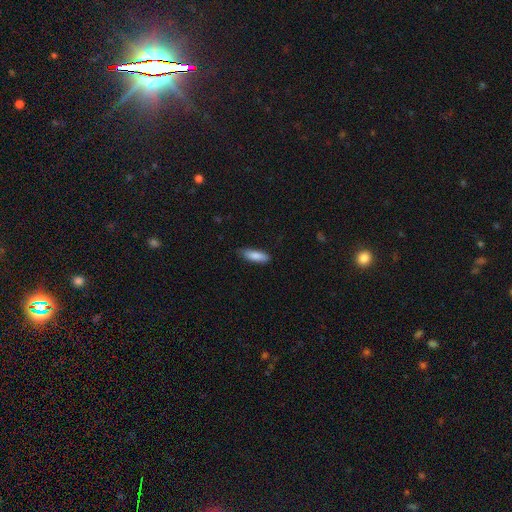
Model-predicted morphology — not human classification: type=smooth (85%); roundness=in between (55%); merging=none (76%).